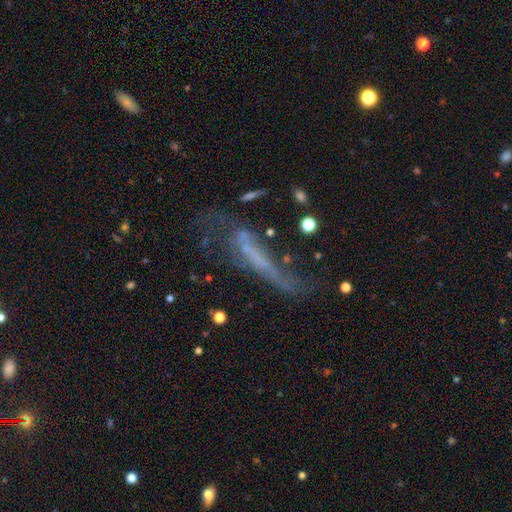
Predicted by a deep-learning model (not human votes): smooth-or-featured: featured or disk: 58% | smooth: 26% | star or artifact: 17%
  disk-edge-on: no: 61% | yes: 39%
  merging: major disturbance: 36% | none: 35% | minor disturbance: 21% | merger: 7%